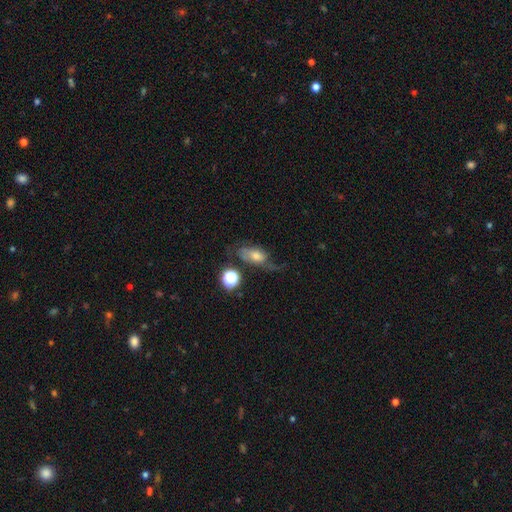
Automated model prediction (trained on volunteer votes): Smooth or featured?
  - featured or disk: 46% *
  - smooth: 40%
  - star or artifact: 14%
Merging?
  - none: 38% *
  - major disturbance: 31%
  - minor disturbance: 25%
  - merger: 6%